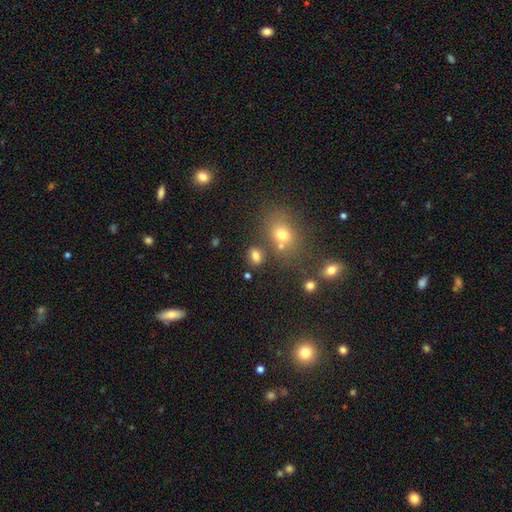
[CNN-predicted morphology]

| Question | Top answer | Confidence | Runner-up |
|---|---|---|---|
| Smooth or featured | smooth | 76% | star or artifact (16%) |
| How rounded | in between | 64% | round (34%) |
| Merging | none | 72% | minor disturbance (12%) |